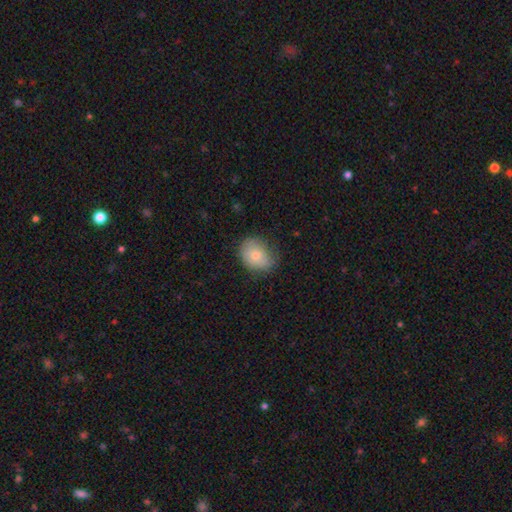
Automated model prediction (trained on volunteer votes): Q: Smooth or featured?
A: smooth (76%); runner-up: featured or disk (16%)
Q: How rounded?
A: in between (56%); runner-up: round (43%)
Q: Merging?
A: none (64%); runner-up: minor disturbance (27%)